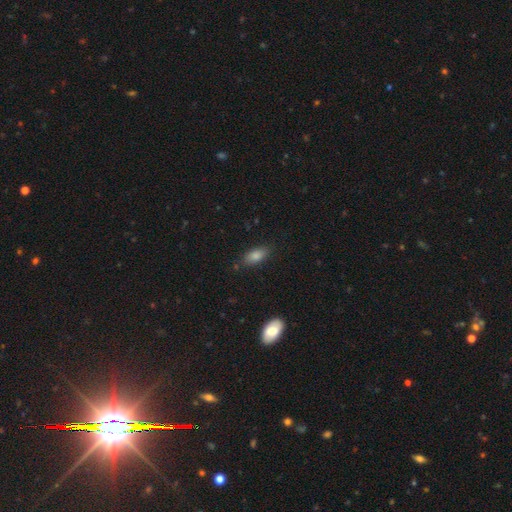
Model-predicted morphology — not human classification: Overall: smooth (82%). How rounded: in between (85%). Merging: none (80%).